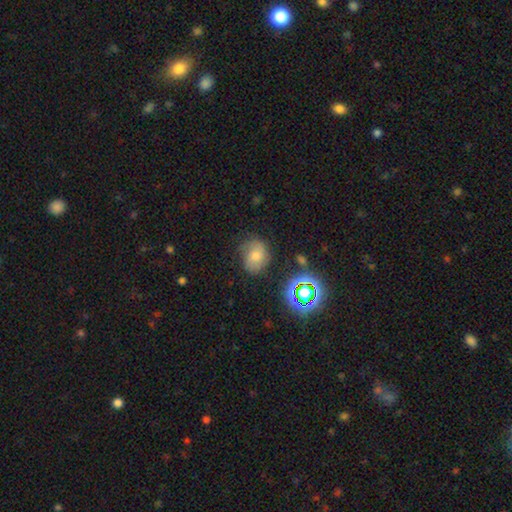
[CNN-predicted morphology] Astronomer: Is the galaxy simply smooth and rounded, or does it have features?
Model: smooth — 51% (runner-up: featured or disk, 30%).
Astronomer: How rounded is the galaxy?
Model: round — 59% (runner-up: in between, 40%).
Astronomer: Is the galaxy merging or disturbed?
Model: none — 62%.